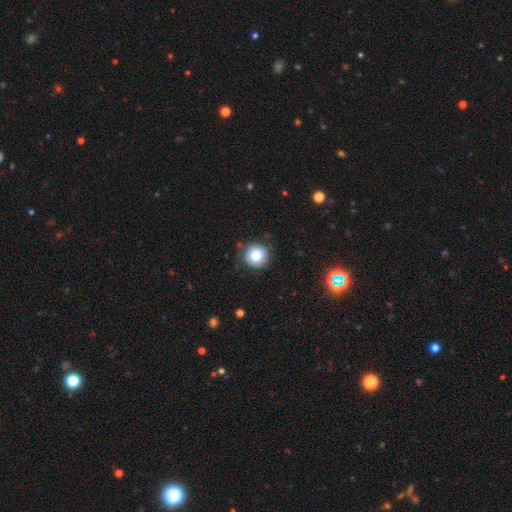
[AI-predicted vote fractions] Q: Smooth or featured?
A: smooth (80%); runner-up: featured or disk (11%)
Q: How rounded?
A: round (93%); runner-up: in between (6%)
Q: Merging?
A: none (77%); runner-up: minor disturbance (17%)